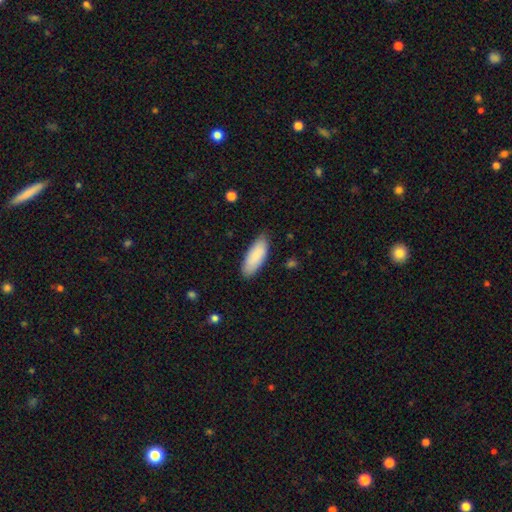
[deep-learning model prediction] Smooth or featured? Predicted: smooth (p=0.86). How rounded? Predicted: in between (p=0.77). Merging? Predicted: none (p=0.82).